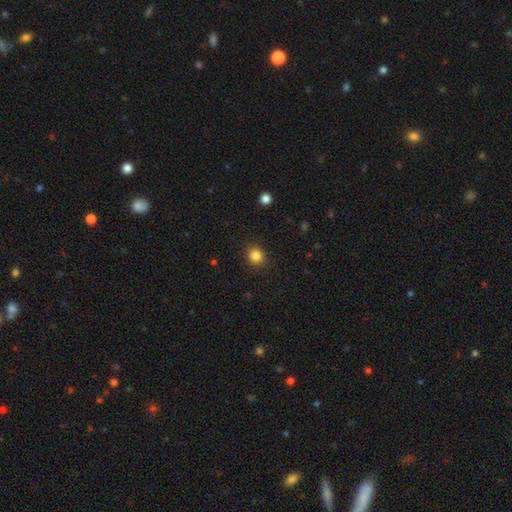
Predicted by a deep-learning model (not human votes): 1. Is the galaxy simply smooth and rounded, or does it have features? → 84% smooth, 11% star or artifact, 4% featured or disk.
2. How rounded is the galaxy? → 83% round, 16% in between, 1% cigar-shaped.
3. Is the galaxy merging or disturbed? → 89% none, 7% minor disturbance, 2% major disturbance, 1% merger.